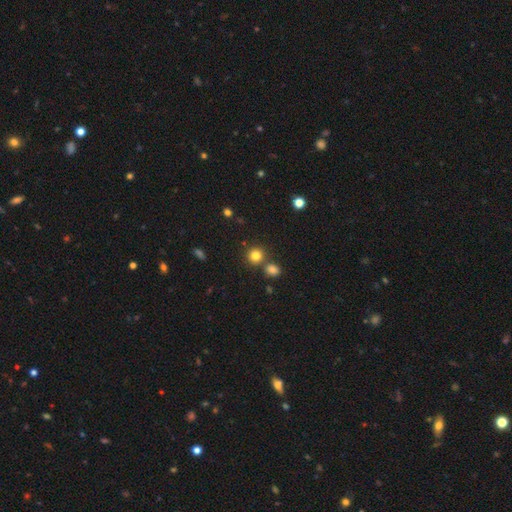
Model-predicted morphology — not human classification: smooth-or-featured: smooth: 81% | star or artifact: 13% | featured or disk: 6%
  how-rounded: round: 90% | in between: 9% | cigar-shaped: 1%
  merging: none: 74% | merger: 17% | minor disturbance: 7% | major disturbance: 3%